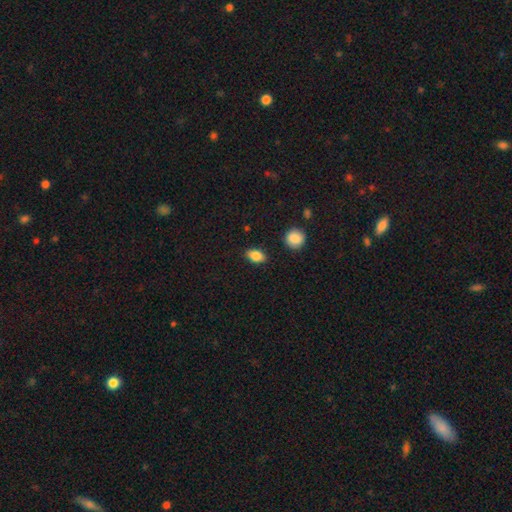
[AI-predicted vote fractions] Overall: smooth (85%). How rounded: in between (85%). Merging: none (86%).